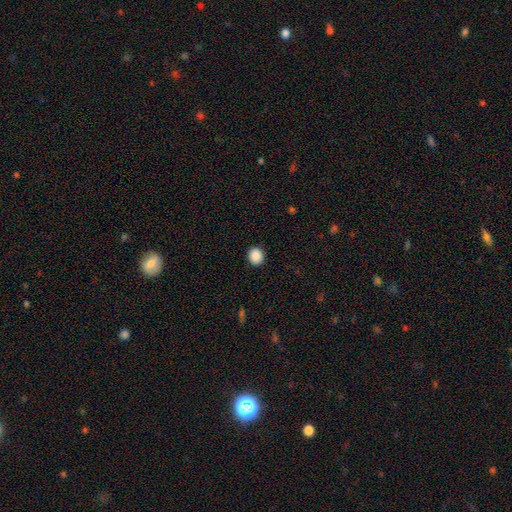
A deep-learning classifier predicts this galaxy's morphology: This appears to be a smooth galaxy with no disk features (89%) that is round (75%). Merging: none (91%).